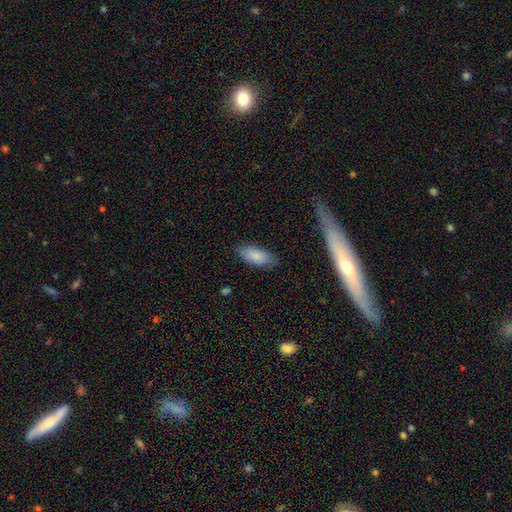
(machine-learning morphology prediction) smooth 85%, featured or disk 8%, star or artifact 7%. Down the decision tree: how rounded — in between (85%); merging — none (80%).